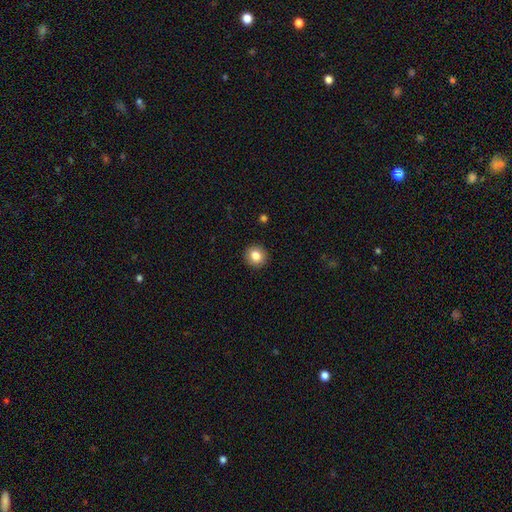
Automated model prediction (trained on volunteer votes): A smooth galaxy with no disk features (84%) that is round (92%). Merging: none (92%).